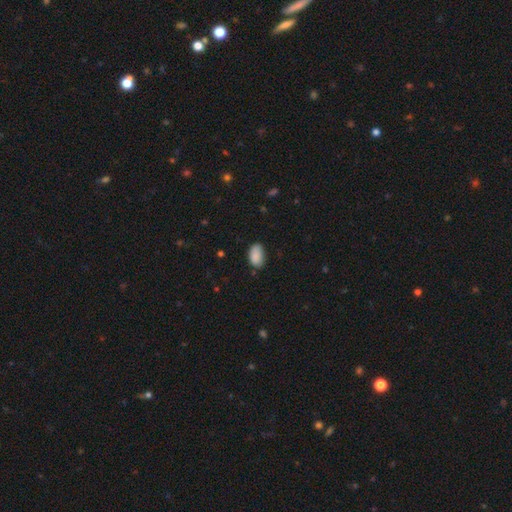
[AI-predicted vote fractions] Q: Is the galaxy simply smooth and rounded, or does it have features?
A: smooth — 89%.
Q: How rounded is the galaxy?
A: in between — 93%.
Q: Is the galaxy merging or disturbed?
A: none — 73%.